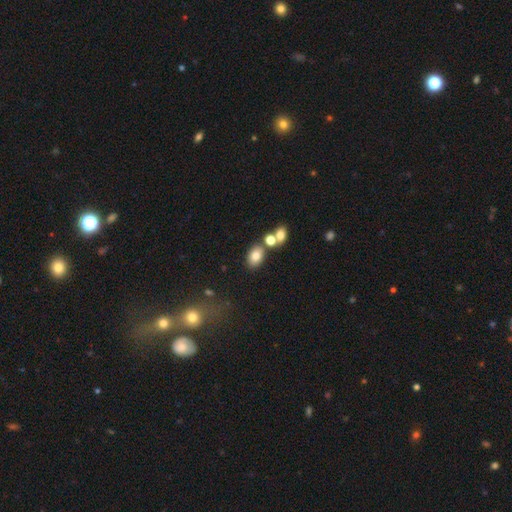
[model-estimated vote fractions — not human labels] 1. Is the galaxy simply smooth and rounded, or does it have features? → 78% smooth, 11% featured or disk, 11% star or artifact.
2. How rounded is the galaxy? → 77% in between, 22% round, 1% cigar-shaped.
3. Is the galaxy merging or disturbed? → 64% none, 21% merger, 11% minor disturbance, 4% major disturbance.